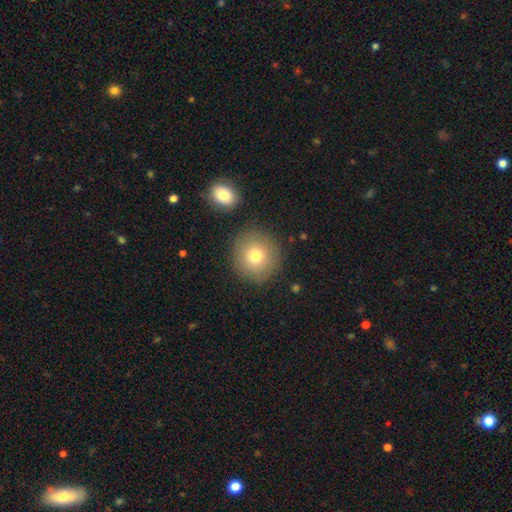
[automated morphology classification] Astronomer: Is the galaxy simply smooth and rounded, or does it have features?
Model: smooth — 76%.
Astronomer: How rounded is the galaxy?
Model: round — 92%.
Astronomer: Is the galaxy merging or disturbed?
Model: none — 86%.